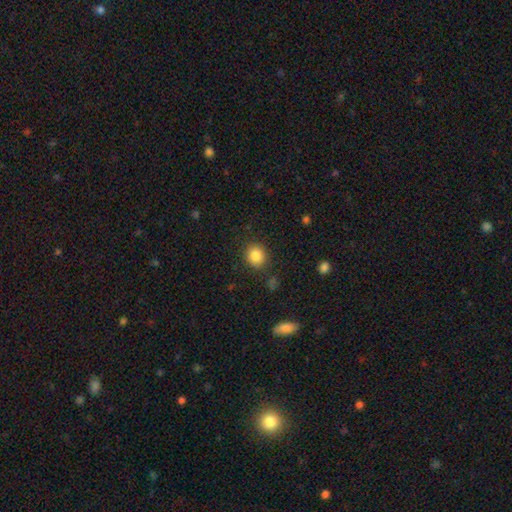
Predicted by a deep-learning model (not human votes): This is clearly a smooth galaxy (85%). How rounded: likely round (77%). Merging: clearly none (86%).